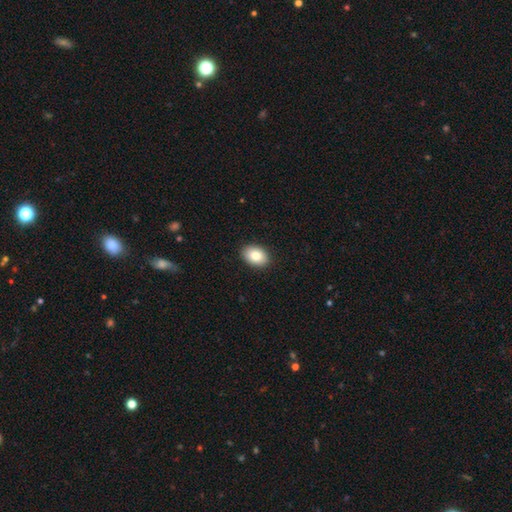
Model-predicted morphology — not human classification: Smooth or featured? smooth (83%)
How rounded? in between (83%)
Merging? none (91%)